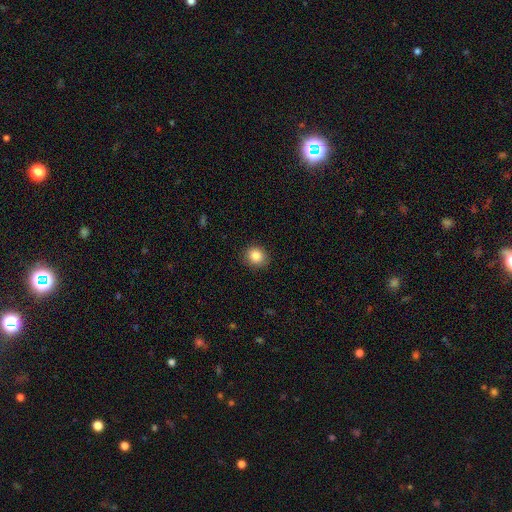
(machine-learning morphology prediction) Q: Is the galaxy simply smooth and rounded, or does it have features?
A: smooth — 86%.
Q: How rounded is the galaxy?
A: round — 76%.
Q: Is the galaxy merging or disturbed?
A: none — 86%.